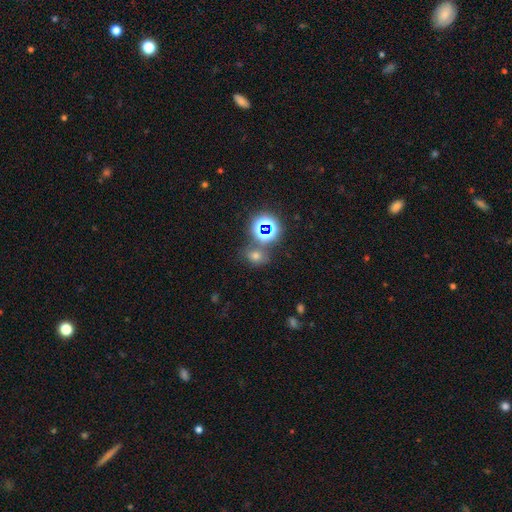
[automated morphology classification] Smooth or featured? Predicted: smooth (p=0.51). How rounded? Predicted: round (p=0.52). Merging? Predicted: none (p=0.72).